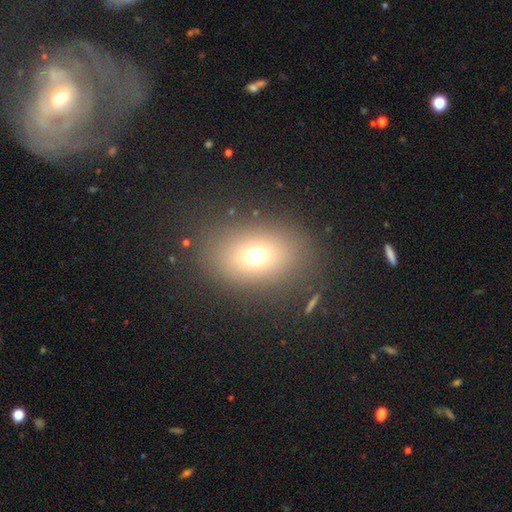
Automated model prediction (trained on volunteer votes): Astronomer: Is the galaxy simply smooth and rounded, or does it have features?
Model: smooth — 68%.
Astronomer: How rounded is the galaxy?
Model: in between — 62%.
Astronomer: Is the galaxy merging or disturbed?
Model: none — 82%.